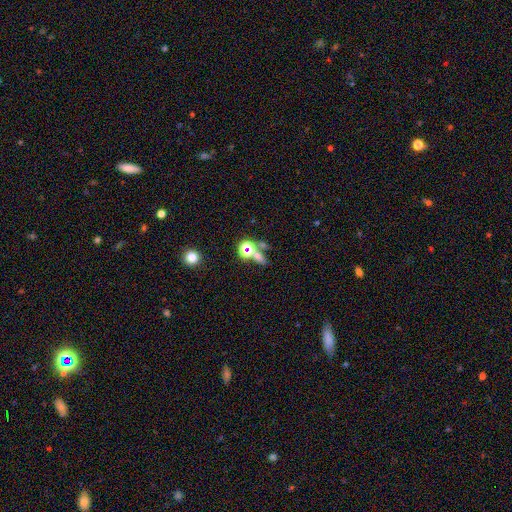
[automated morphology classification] Smooth or featured? smooth (45%)
Merging? none (54%)